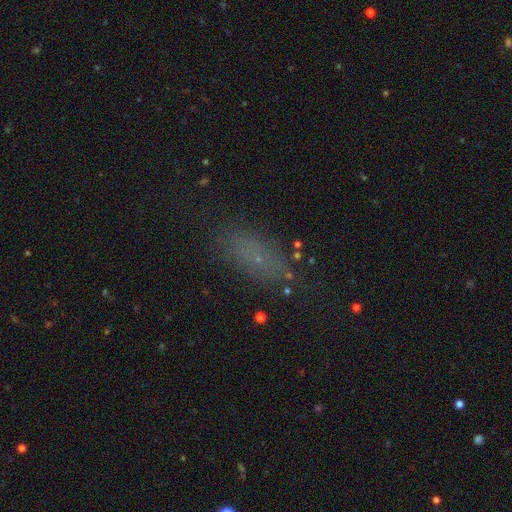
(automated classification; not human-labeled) Smooth or featured? smooth (63%)
How rounded? in between (74%)
Merging? none (75%)